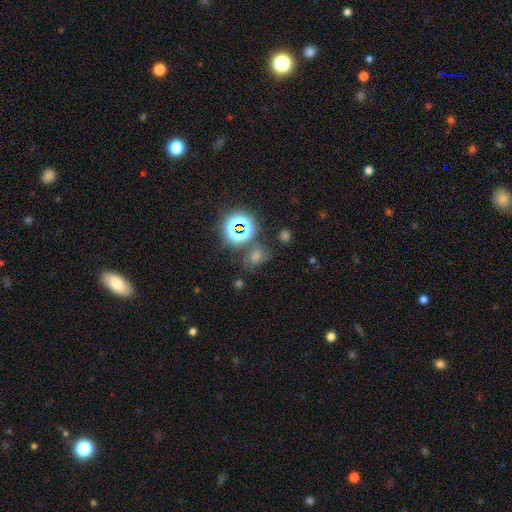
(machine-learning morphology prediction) The model was most divided on "smooth or featured": star or artifact: 53%, smooth: 33%, featured or disk: 14%.